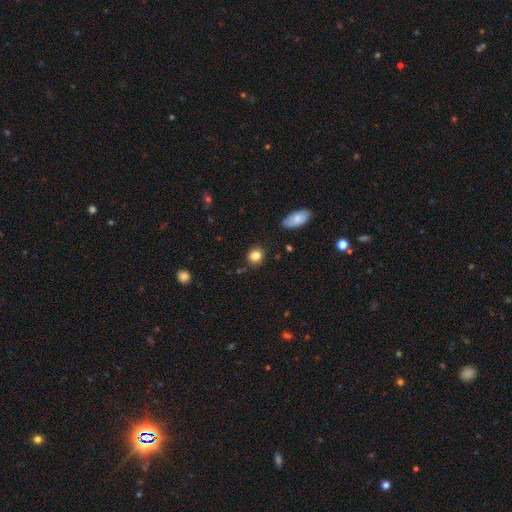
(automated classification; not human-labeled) A smooth galaxy with no disk features (83%) that is round (81%).

Vote fractions:
- Smooth or featured? smooth: 83% / star or artifact: 10% / featured or disk: 7%
- How rounded? round: 81% / in between: 18% / cigar-shaped: 1%
- Merging? none: 84% / minor disturbance: 11% / major disturbance: 3% / merger: 2%